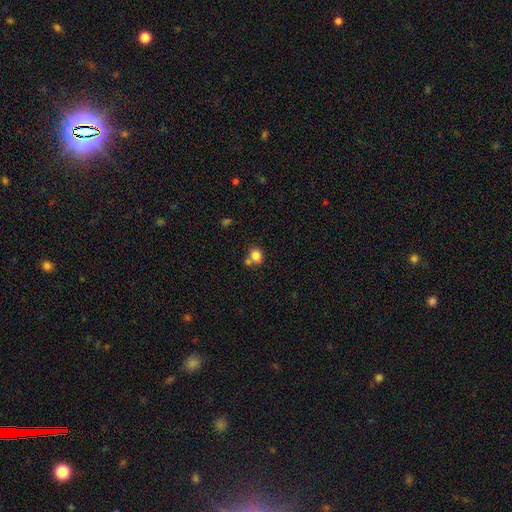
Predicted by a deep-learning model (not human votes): Smooth or featured?
  - smooth: 81% *
  - star or artifact: 10%
  - featured or disk: 8%
How rounded?
  - round: 65% *
  - in between: 34%
  - cigar-shaped: 1%
Merging?
  - none: 55% *
  - merger: 30%
  - minor disturbance: 12%
  - major disturbance: 4%